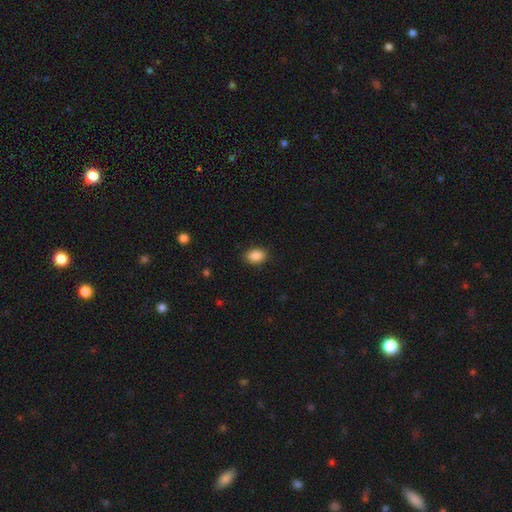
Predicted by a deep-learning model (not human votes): smooth 88%, star or artifact 8%, featured or disk 3%. Down the decision tree: how rounded — in between (80%); merging — none (88%).